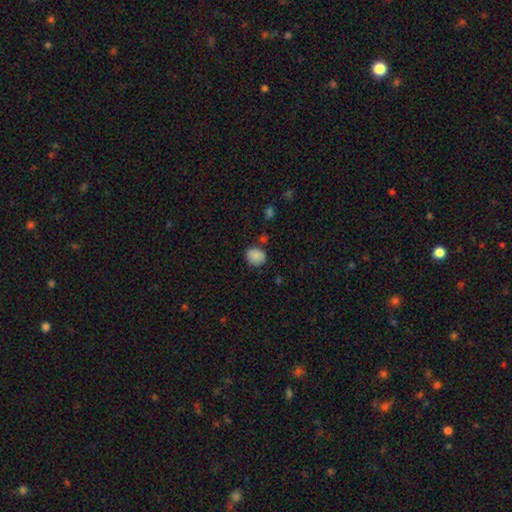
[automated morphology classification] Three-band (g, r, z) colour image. It shows a smooth galaxy with no disk features (86%) that is round (69%). Merging: none (77%).